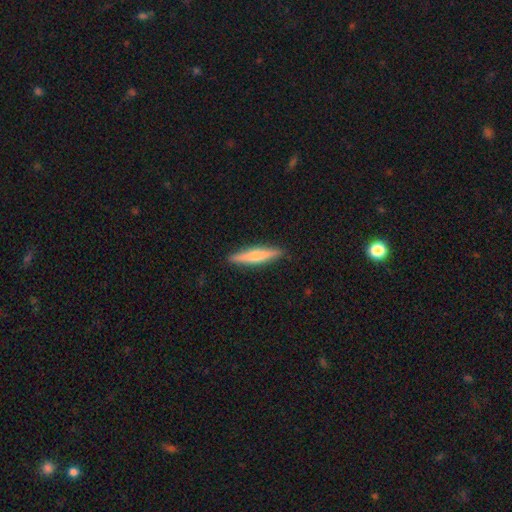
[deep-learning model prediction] Smooth or featured? Predicted: smooth (p=0.50). How rounded? Predicted: cigar-shaped (p=0.88). Merging? Predicted: none (p=0.91).